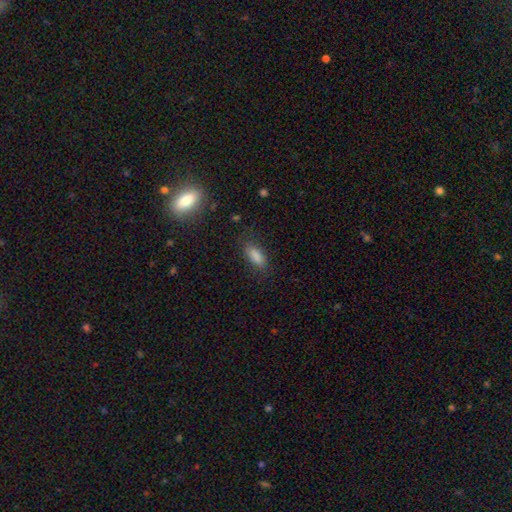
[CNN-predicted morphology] Q: Smooth or featured?
A: smooth (83%); runner-up: star or artifact (10%)
Q: How rounded?
A: in between (76%); runner-up: cigar-shaped (21%)
Q: Merging?
A: none (78%); runner-up: minor disturbance (15%)